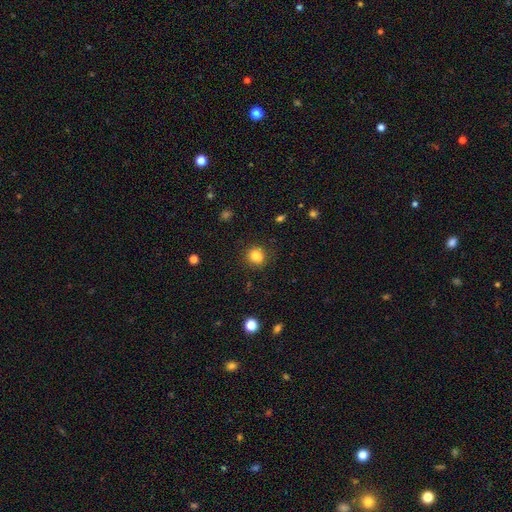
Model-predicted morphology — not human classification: smooth-or-featured: smooth: 78% | star or artifact: 13% | featured or disk: 9%
  how-rounded: round: 80% | in between: 19% | cigar-shaped: 1%
  merging: none: 65% | merger: 17% | minor disturbance: 13% | major disturbance: 4%